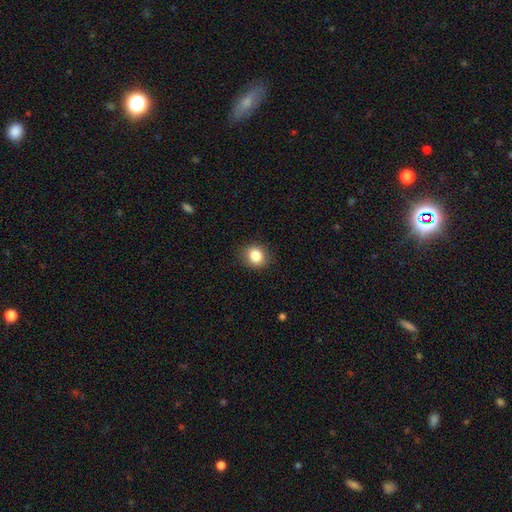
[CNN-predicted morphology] Q: Smooth or featured?
A: smooth (84%); runner-up: star or artifact (10%)
Q: How rounded?
A: round (73%); runner-up: in between (26%)
Q: Merging?
A: none (88%); runner-up: minor disturbance (9%)